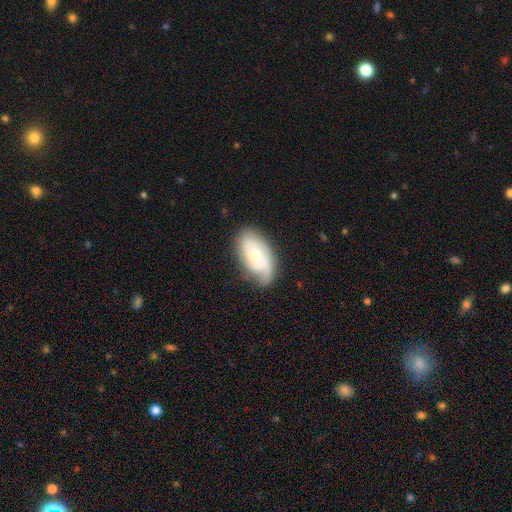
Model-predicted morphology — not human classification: A featured or disk galaxy (57%) with no bar (70%), spiral arms (82%) and a moderate central bulge (47%).

Vote fractions:
- Smooth or featured? featured or disk: 57% / smooth: 36% / star or artifact: 7%
- Edge-on disk? no: 93% / yes: 7%
- Bar? no: 70% / weak: 25% / strong: 4%
- Spiral arms? yes: 82% / no: 18%
- Bulge size? moderate: 47% / small: 42% / large: 6% / none: 4% / dominant: 1%
- Merging? none: 64% / minor disturbance: 26% / major disturbance: 9% / merger: 2%